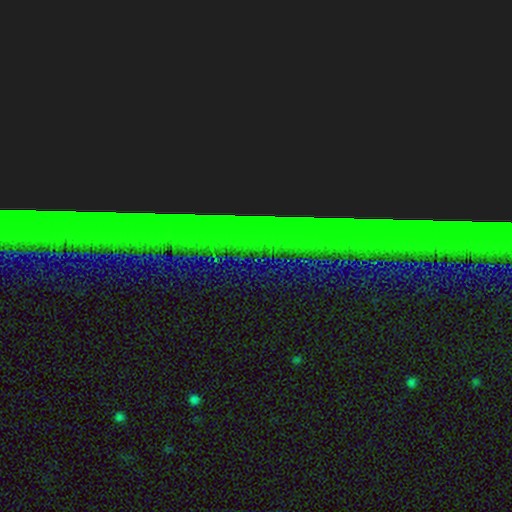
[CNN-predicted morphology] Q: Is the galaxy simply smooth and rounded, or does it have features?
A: star or artifact — 81%.